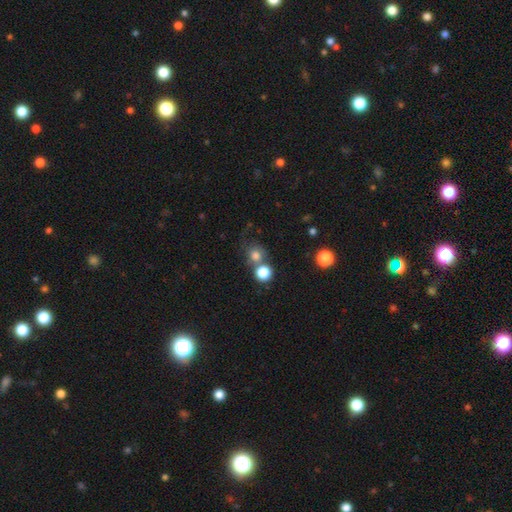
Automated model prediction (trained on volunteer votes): This appears to be a smooth galaxy with no disk features (76%) that is round (86%). Merging: none (53%).